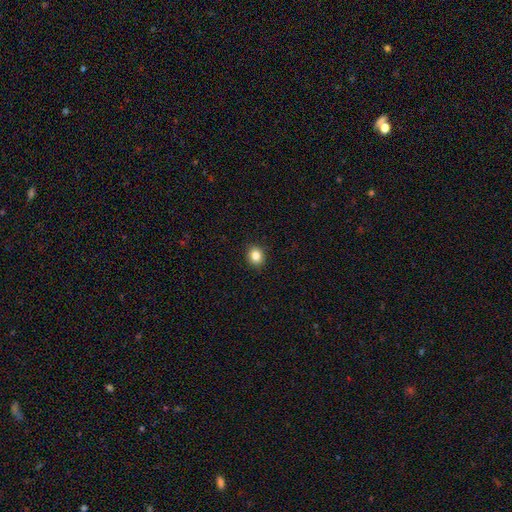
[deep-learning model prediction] Overall: smooth (84%). How rounded: round (73%). Merging: none (91%).